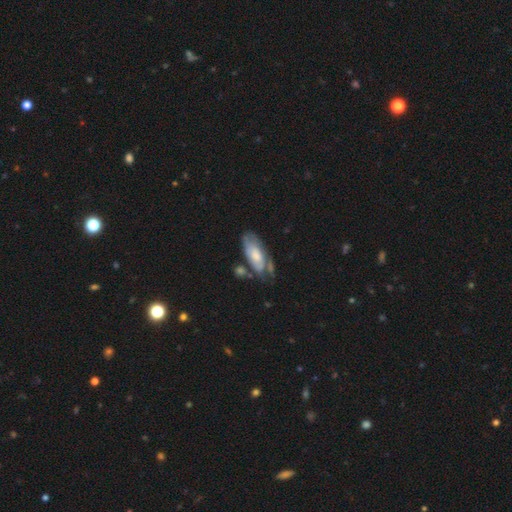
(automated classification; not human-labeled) smooth_or_featured: featured or disk (p=0.48) [alt: smooth p=0.46]
merging: none (p=0.44) [alt: minor disturbance p=0.28]